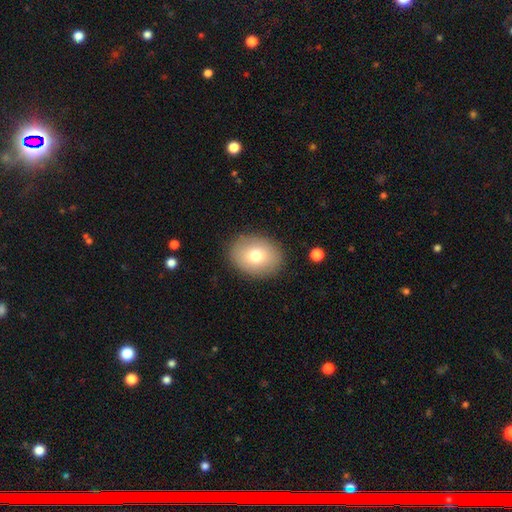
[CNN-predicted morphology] Smooth or featured: smooth — 75% (featured or disk — 15%)
How rounded: in between — 60% (round — 39%)
Merging: none — 88% (minor disturbance — 8%)